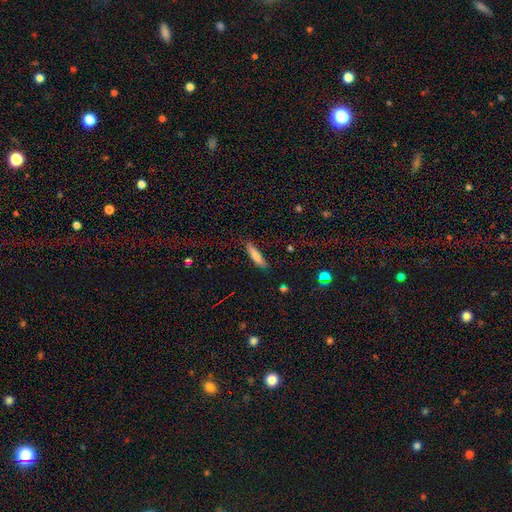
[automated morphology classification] This appears to be a smooth galaxy with no disk features (76%) that is cigar-shaped (80%). Merging: none (82%).